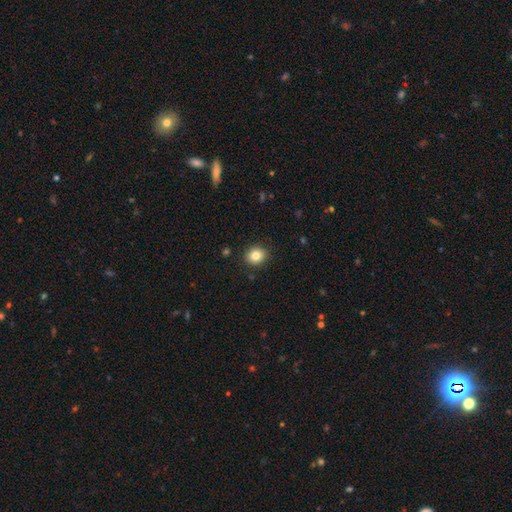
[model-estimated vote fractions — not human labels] Q: Smooth or featured?
A: smooth (83%); runner-up: star or artifact (10%)
Q: How rounded?
A: round (75%); runner-up: in between (25%)
Q: Merging?
A: none (90%); runner-up: minor disturbance (7%)